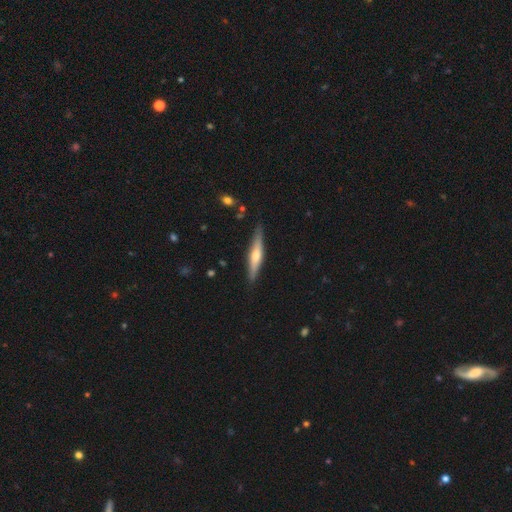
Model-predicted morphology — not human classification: This is possibly a featured or disk galaxy (60%). It is clearly viewed edge-on (96%). Edge-on bulge: clearly rounded (83%). Merging: clearly none (87%).